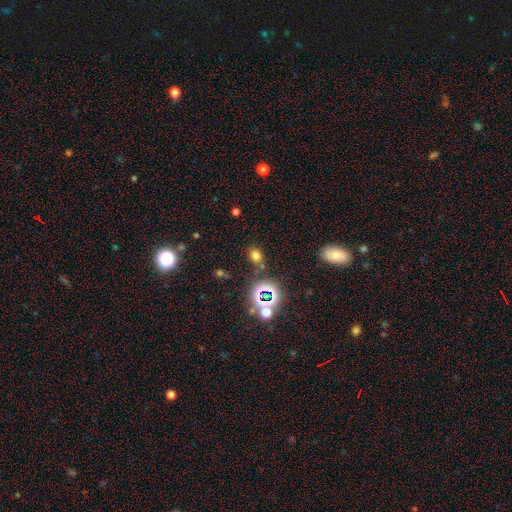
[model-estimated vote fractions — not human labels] This is likely a smooth galaxy (66%). How rounded: possibly in between (59%). Merging: likely none (76%).